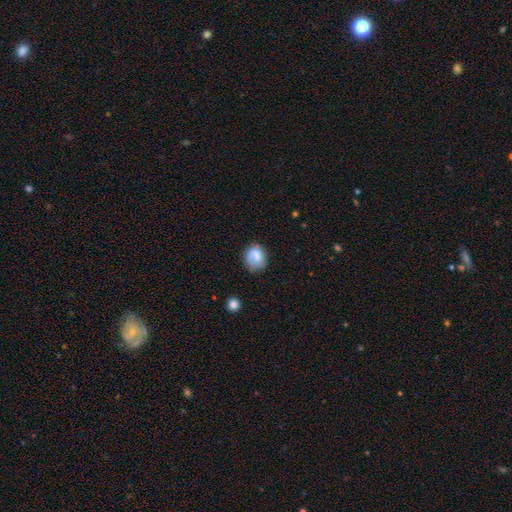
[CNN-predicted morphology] This appears to be a smooth galaxy with no disk features (64%) that is round (64%). Merging: none (64%).